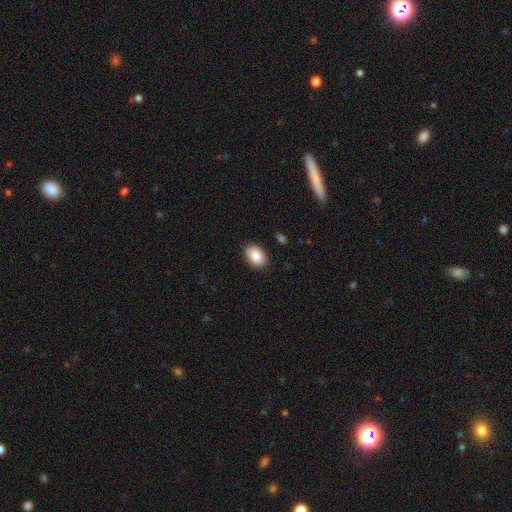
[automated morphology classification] Smooth or featured: smooth — 86% (star or artifact — 7%)
How rounded: in between — 84% (round — 15%)
Merging: none — 88% (minor disturbance — 9%)